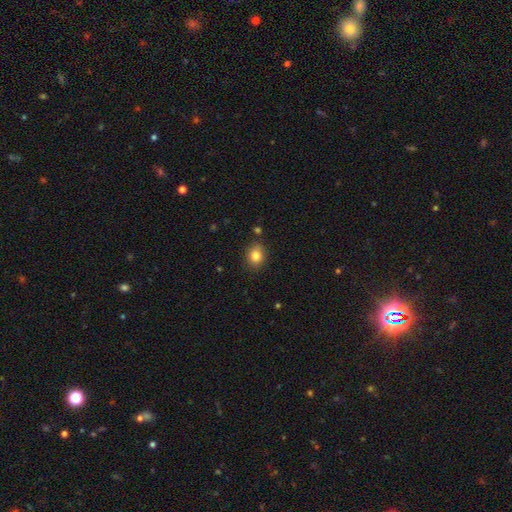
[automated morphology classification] Smooth or featured?
  - smooth: 83% *
  - star or artifact: 10%
  - featured or disk: 7%
How rounded?
  - round: 54% *
  - in between: 45%
  - cigar-shaped: 1%
Merging?
  - none: 83% *
  - minor disturbance: 12%
  - major disturbance: 3%
  - merger: 3%